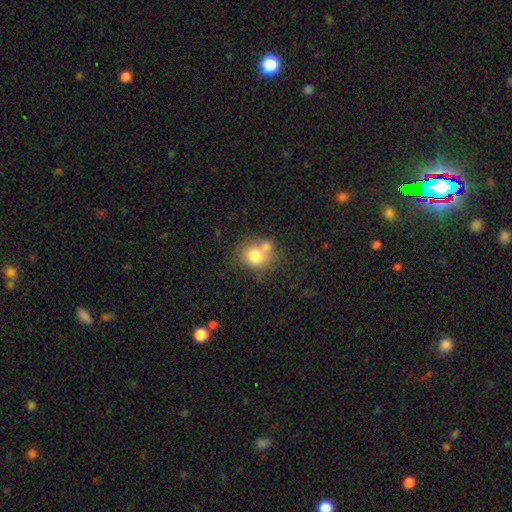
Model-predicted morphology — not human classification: smooth 75%, featured or disk 15%, star or artifact 10%. Down the decision tree: how rounded — round (70%); merging — none (47%).